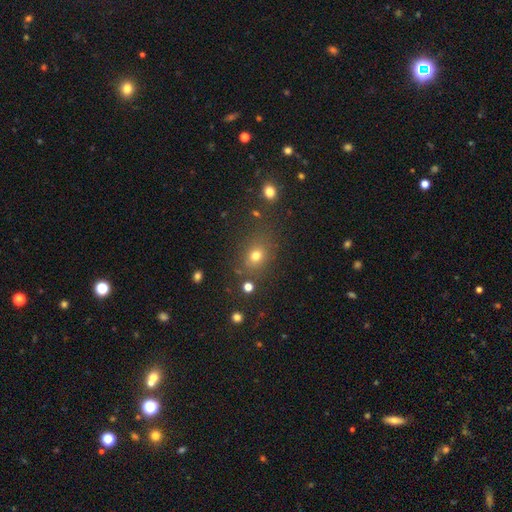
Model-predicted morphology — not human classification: The model was most divided on "how rounded": round: 59%, in between: 40%, cigar-shaped: 1%. More confident: merging — none (76%); smooth or featured — smooth (73%).